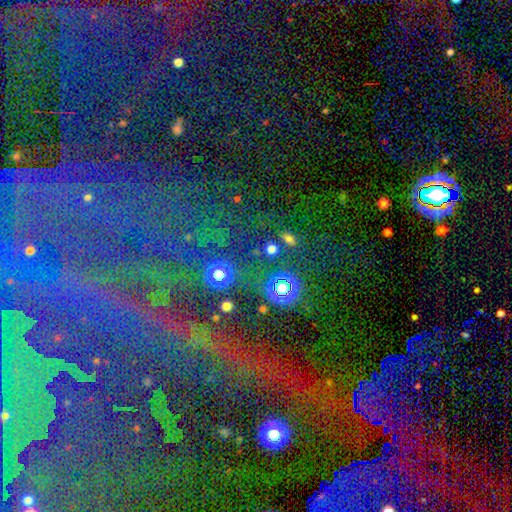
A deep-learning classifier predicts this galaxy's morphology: star or artifact 76%, featured or disk 13%, smooth 11%.